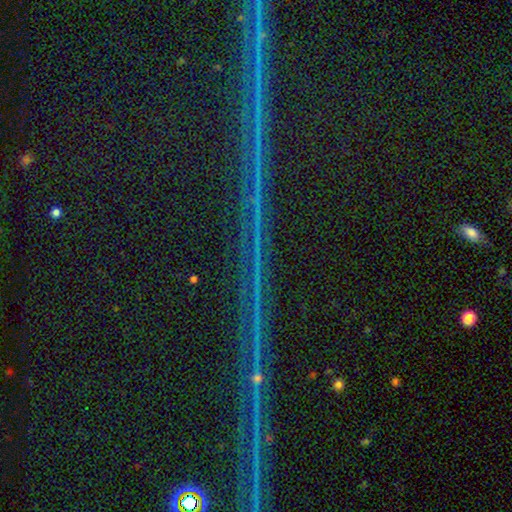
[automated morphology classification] smooth_or_featured: star or artifact (p=0.88) [alt: featured or disk p=0.07]